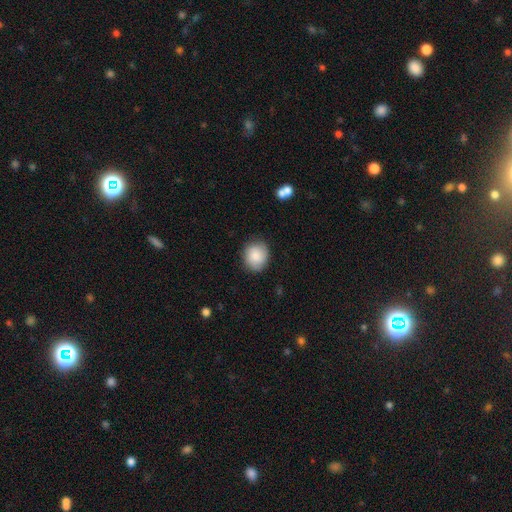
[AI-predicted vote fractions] Morphology: type=smooth (84%); roundness=round (74%); merging=none (84%).